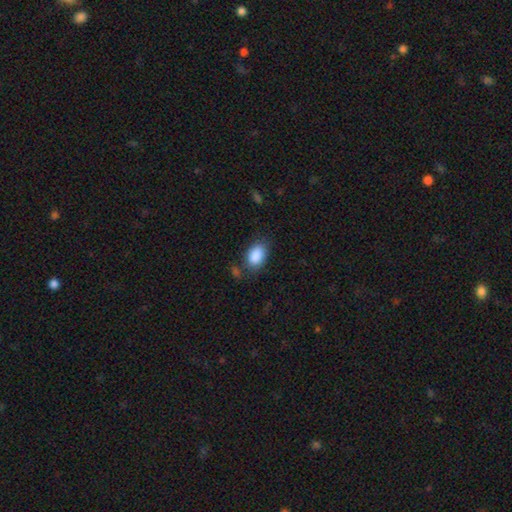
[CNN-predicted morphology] This appears to be a smooth galaxy with no disk features (89%) that is in between round and cigar-shaped (88%). Merging: none (68%).